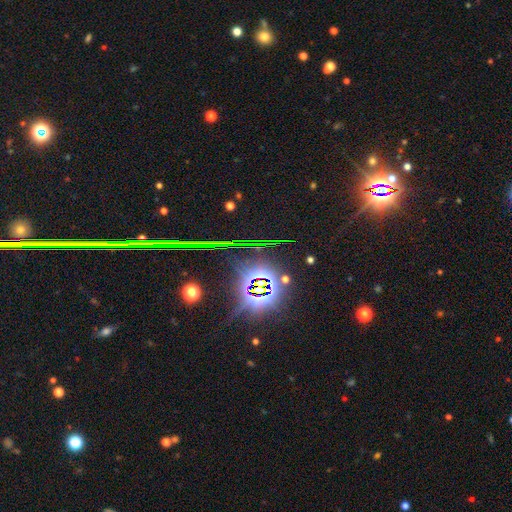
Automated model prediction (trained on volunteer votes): This appears to be a star or artifact, not a galaxy (84%).